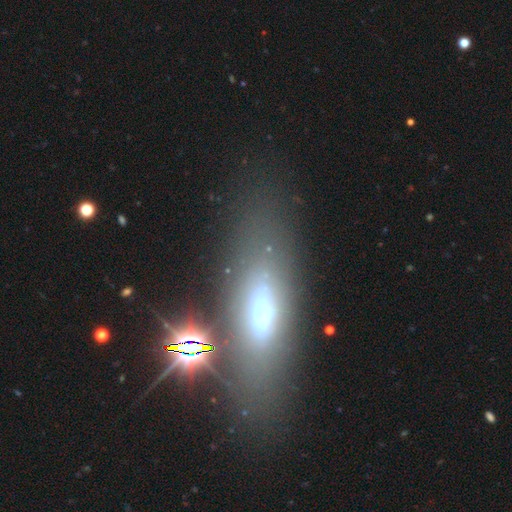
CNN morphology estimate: Smooth or featured? Predicted: featured or disk (p=0.41). Merging? Predicted: none (p=0.78).